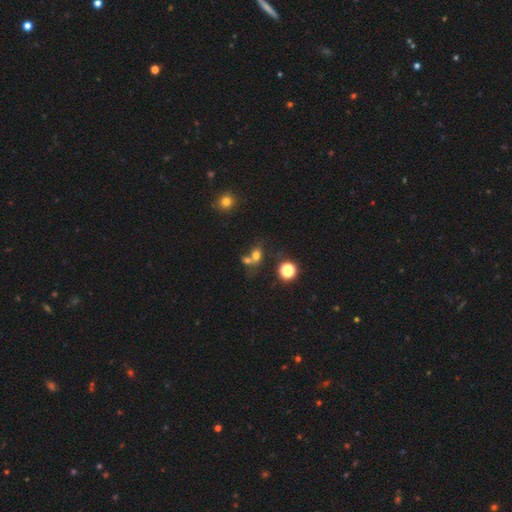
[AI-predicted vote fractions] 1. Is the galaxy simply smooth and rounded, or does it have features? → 66% smooth, 19% star or artifact, 14% featured or disk.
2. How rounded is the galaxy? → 50% round, 47% in between, 2% cigar-shaped.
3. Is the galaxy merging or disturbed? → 54% merger, 31% none, 9% minor disturbance, 6% major disturbance.